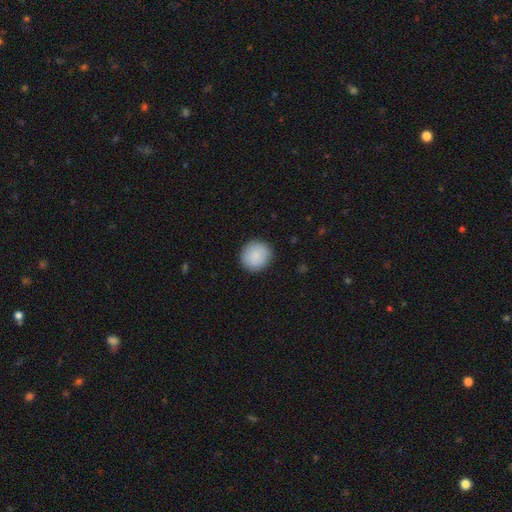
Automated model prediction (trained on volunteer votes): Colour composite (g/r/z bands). It shows a smooth galaxy with no disk features (89%) that is round (90%). Merging: none (90%).